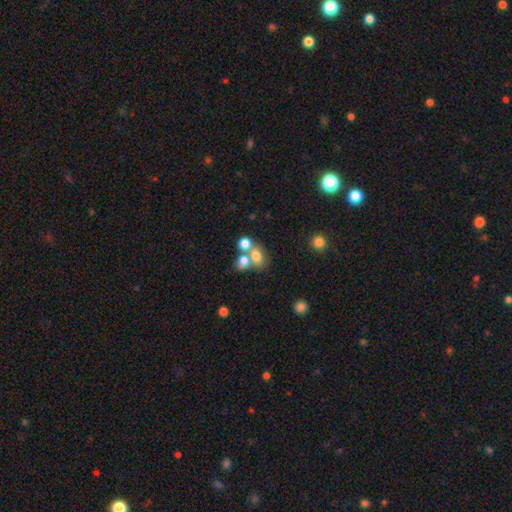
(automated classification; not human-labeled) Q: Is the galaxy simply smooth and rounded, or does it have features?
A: smooth — 70%.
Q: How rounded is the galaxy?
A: round — 50%.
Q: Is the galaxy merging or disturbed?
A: merger — 51%.